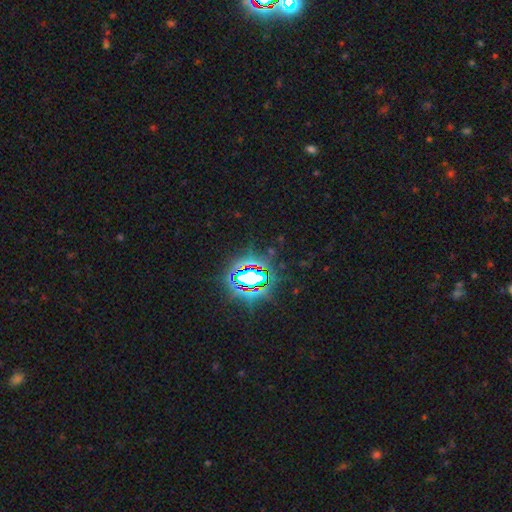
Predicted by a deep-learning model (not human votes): Smooth or featured?
  - star or artifact: 83% *
  - smooth: 10%
  - featured or disk: 7%